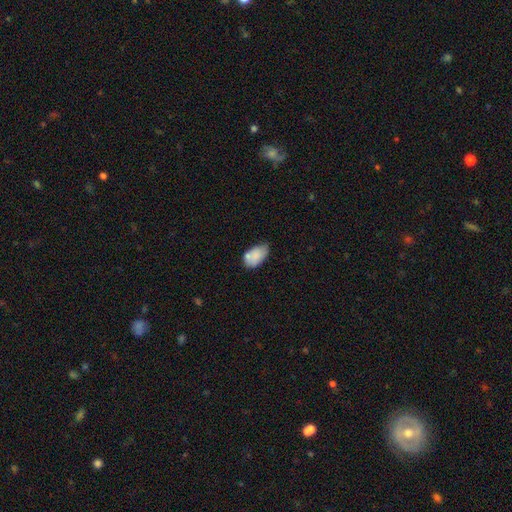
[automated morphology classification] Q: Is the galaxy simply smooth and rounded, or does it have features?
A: smooth — 78%.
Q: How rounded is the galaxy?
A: in between — 91%.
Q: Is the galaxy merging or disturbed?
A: none — 44%.